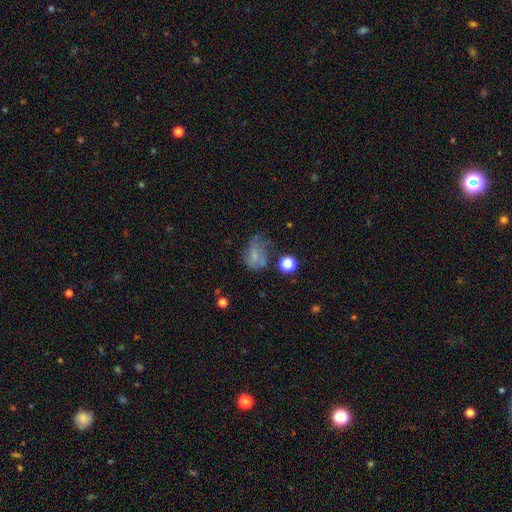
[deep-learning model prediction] Smooth or featured?
  - smooth: 57% *
  - featured or disk: 27%
  - star or artifact: 16%
How rounded?
  - in between: 67% *
  - round: 31%
  - cigar-shaped: 1%
Merging?
  - none: 37% *
  - minor disturbance: 28%
  - major disturbance: 27%
  - merger: 8%